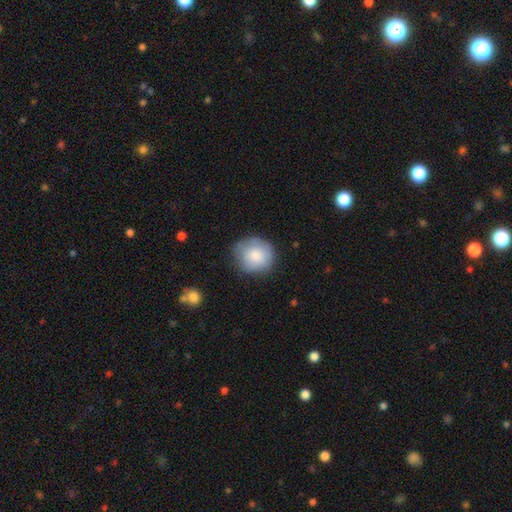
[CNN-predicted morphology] Smooth or featured?
  - smooth: 80% *
  - featured or disk: 13%
  - star or artifact: 7%
How rounded?
  - round: 88% *
  - in between: 11%
  - cigar-shaped: 1%
Merging?
  - none: 72% *
  - minor disturbance: 22%
  - major disturbance: 5%
  - merger: 2%